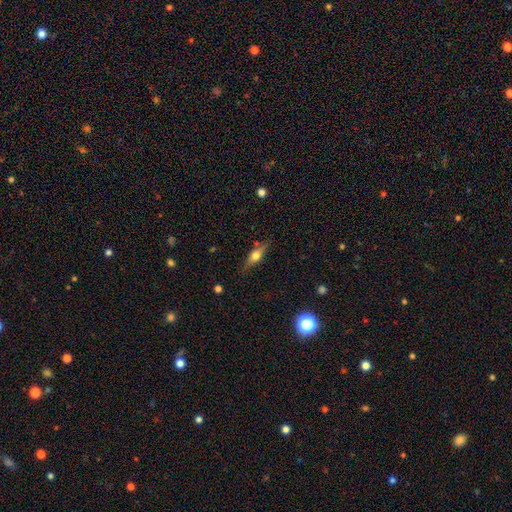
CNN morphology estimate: This appears to be a featured or disk galaxy (46%, tied with smooth). Merging: none (79%).